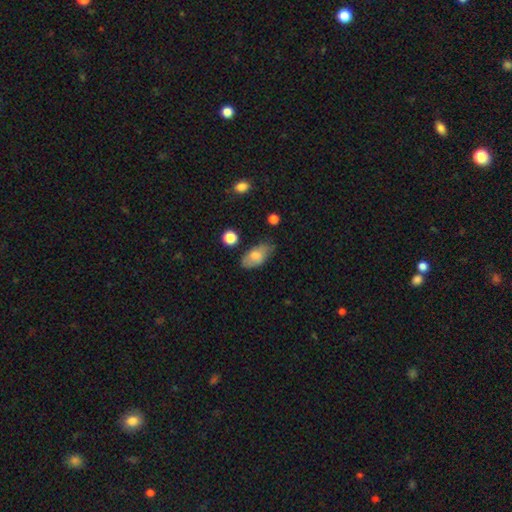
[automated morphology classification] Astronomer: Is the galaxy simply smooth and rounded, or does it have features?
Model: smooth — 75%.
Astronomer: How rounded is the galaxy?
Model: in between — 91%.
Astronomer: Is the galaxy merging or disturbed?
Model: none — 61%.